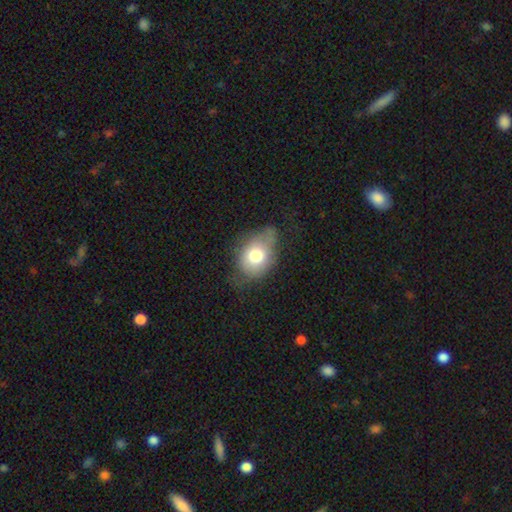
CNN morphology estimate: type=smooth (74%); roundness=in between (59%); merging=minor disturbance (39%, tied with none).